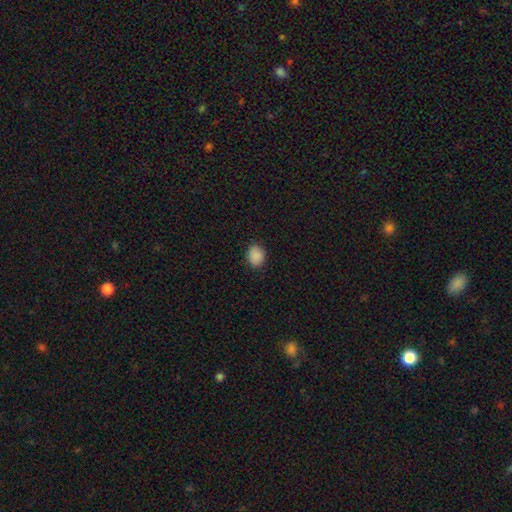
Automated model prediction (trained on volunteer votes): Overall: smooth (89%). How rounded: in between (55%; round 44%). Merging: none (86%).